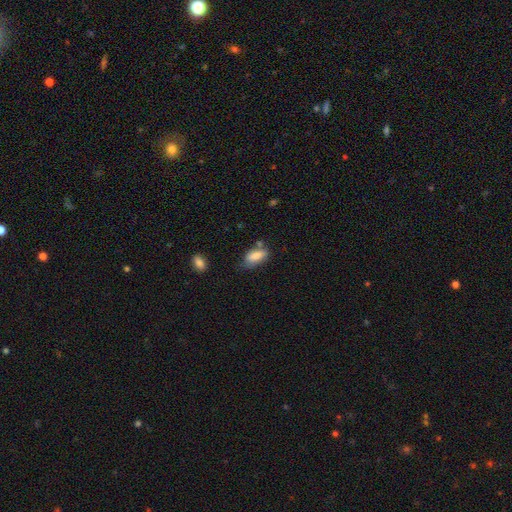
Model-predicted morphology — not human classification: A smooth galaxy with no disk features (83%) that is in between round and cigar-shaped (86%).

Vote fractions:
- Smooth or featured? smooth: 83% / featured or disk: 10% / star or artifact: 7%
- How rounded? in between: 86% / cigar-shaped: 11% / round: 3%
- Merging? none: 55% / minor disturbance: 29% / merger: 8% / major disturbance: 7%